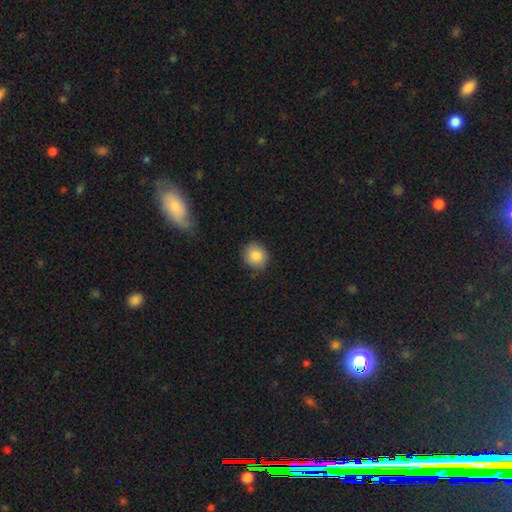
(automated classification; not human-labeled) smooth_or_featured: smooth (p=0.87) [alt: star or artifact p=0.08]
how_rounded: round (p=0.82) [alt: in between p=0.17]
merging: none (p=0.84) [alt: minor disturbance p=0.12]